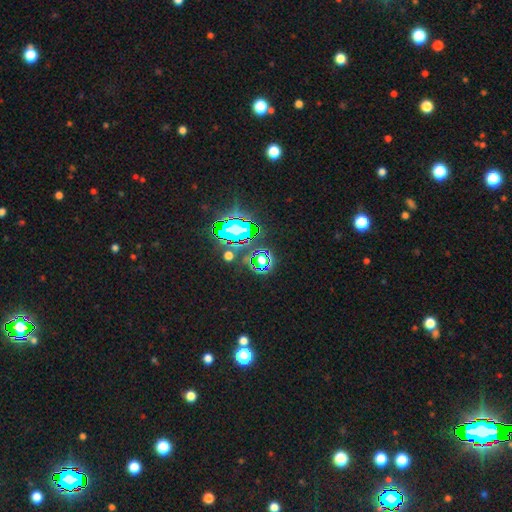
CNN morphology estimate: A star or artifact, not a galaxy (80%).

Vote fractions:
- Smooth or featured? star or artifact: 80% / smooth: 12% / featured or disk: 8%